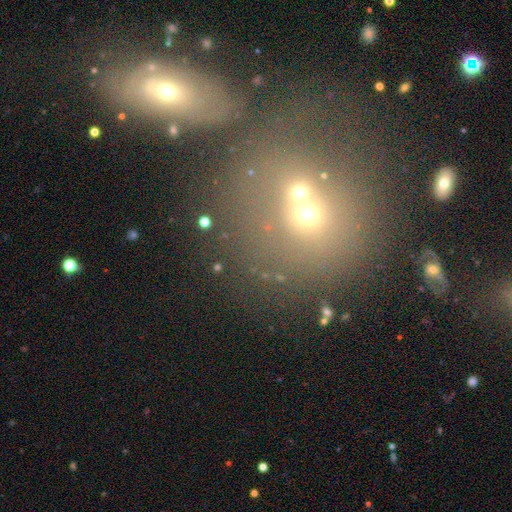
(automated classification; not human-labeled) This appears to be a smooth galaxy with no disk features (49%). Merging: merger (49%).